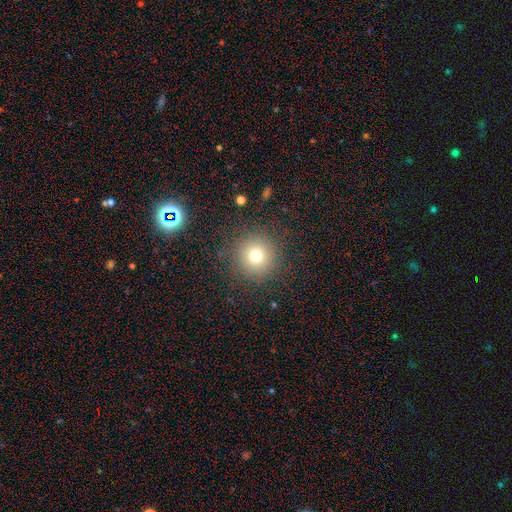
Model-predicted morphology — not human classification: Smooth or featured: smooth — 73% (star or artifact — 16%)
How rounded: round — 95% (in between — 4%)
Merging: none — 87% (minor disturbance — 8%)